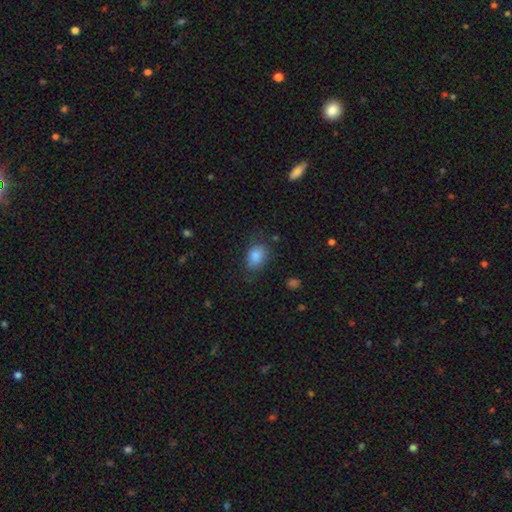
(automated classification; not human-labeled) Smooth or featured: smooth — 85% (star or artifact — 9%)
How rounded: in between — 76% (round — 23%)
Merging: none — 73% (minor disturbance — 19%)